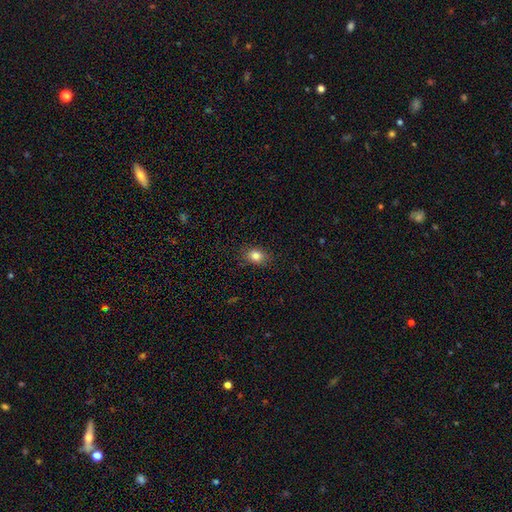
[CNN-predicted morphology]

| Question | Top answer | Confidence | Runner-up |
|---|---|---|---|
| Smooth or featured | smooth | 82% | star or artifact (11%) |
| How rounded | in between | 57% | round (41%) |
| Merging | none | 85% | minor disturbance (12%) |